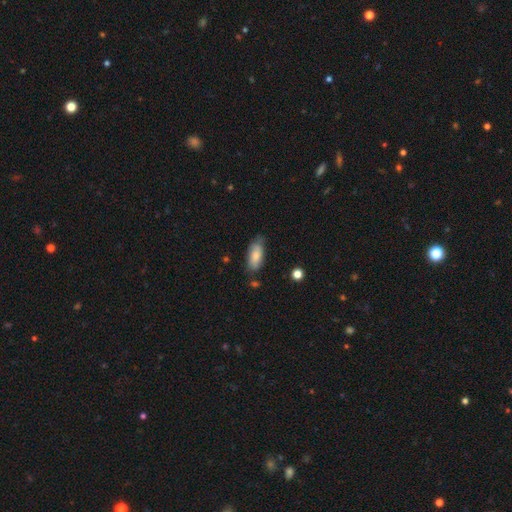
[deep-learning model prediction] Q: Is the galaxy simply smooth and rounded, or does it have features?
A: smooth — 73%.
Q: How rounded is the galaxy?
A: in between — 83%.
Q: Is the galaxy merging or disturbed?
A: none — 65%.